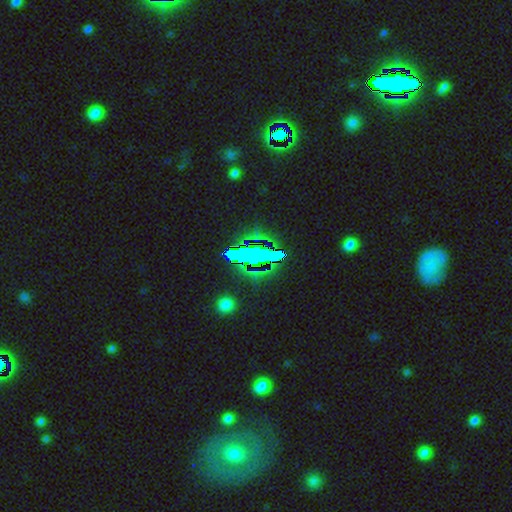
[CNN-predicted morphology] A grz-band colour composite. It shows a star or artifact, not a galaxy (66%).